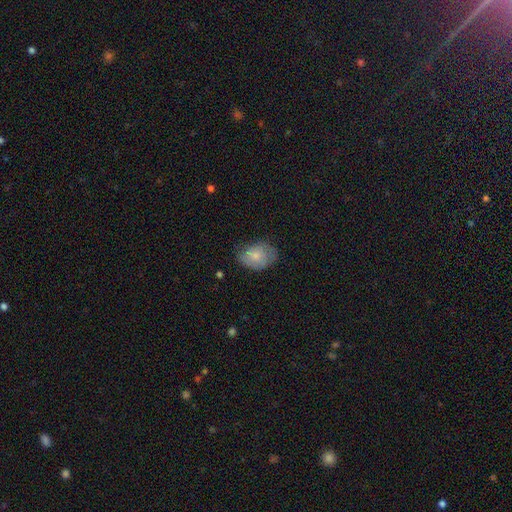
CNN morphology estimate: Smooth or featured? smooth (72%)
How rounded? in between (71%)
Merging? none (56%)